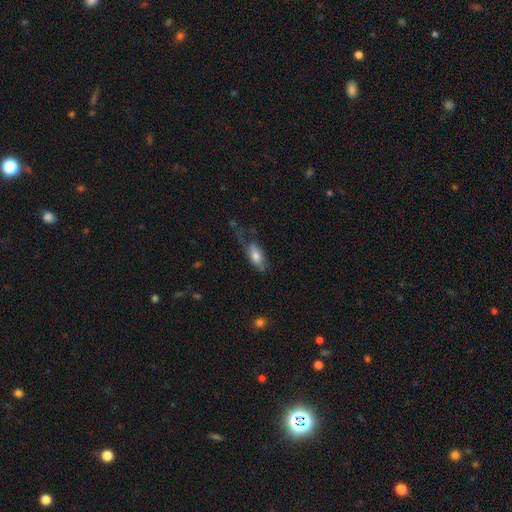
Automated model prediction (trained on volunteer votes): This appears to be a smooth galaxy with no disk features (65%) that is in between round and cigar-shaped (80%). Merging: none (36%).